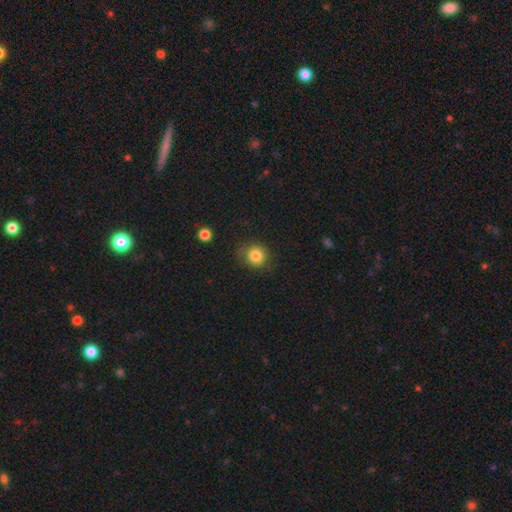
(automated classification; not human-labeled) This is clearly a smooth galaxy (83%). How rounded: clearly round (88%). Merging: clearly none (81%).